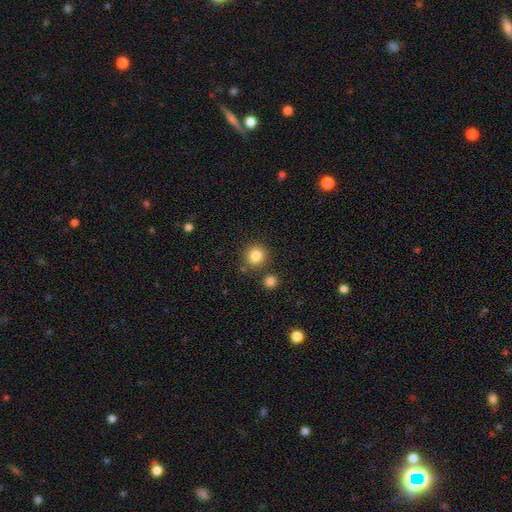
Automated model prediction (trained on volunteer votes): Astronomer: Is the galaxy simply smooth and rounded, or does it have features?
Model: smooth — 84%.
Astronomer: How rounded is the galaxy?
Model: round — 89%.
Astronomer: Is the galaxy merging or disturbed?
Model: none — 82%.